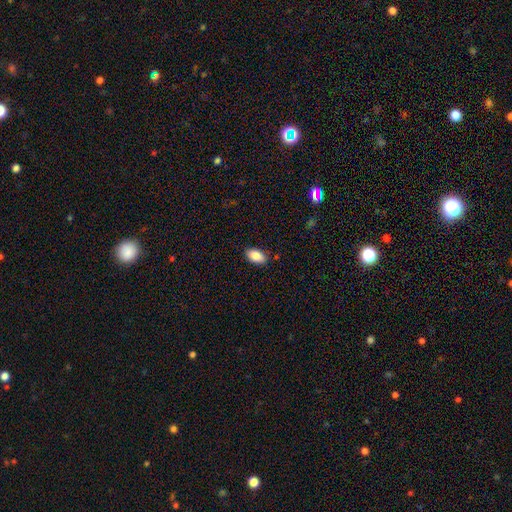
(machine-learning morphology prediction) Smooth or featured? Predicted: smooth (p=0.88). How rounded? Predicted: in between (p=0.93). Merging? Predicted: none (p=0.86).